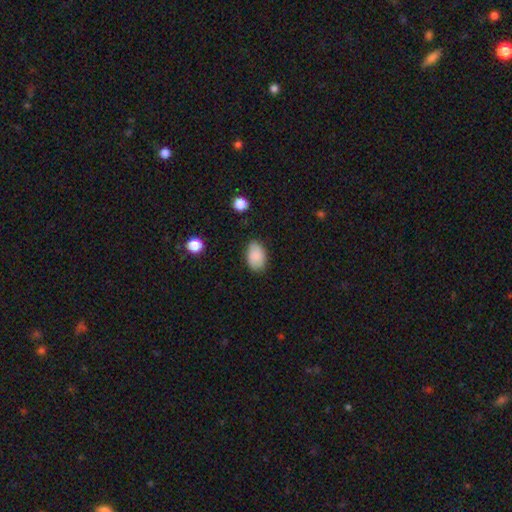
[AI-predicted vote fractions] Smooth or featured? Predicted: smooth (p=0.87). How rounded? Predicted: in between (p=0.90). Merging? Predicted: none (p=0.79).